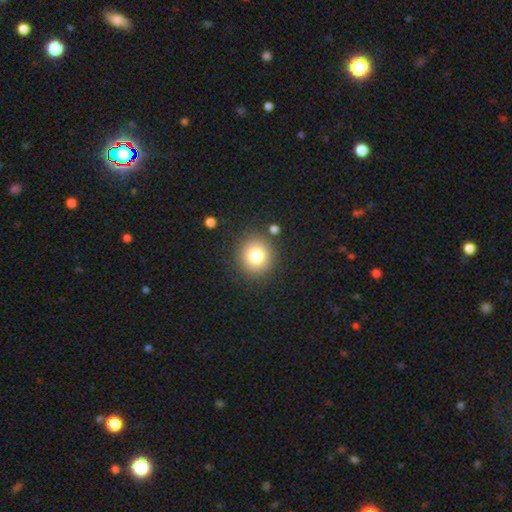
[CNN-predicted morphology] smooth 79%, star or artifact 12%, featured or disk 9%. Down the decision tree: how rounded — round (90%); merging — none (87%).